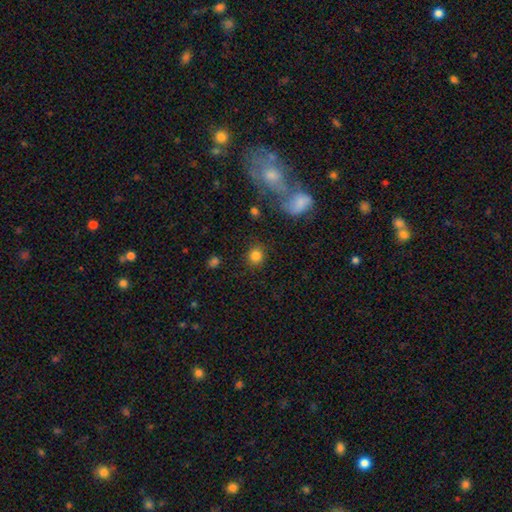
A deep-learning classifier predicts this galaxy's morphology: smooth-or-featured: smooth: 83% | star or artifact: 12% | featured or disk: 5%
  how-rounded: round: 87% | in between: 12% | cigar-shaped: 1%
  merging: none: 86% | minor disturbance: 8% | major disturbance: 3% | merger: 3%